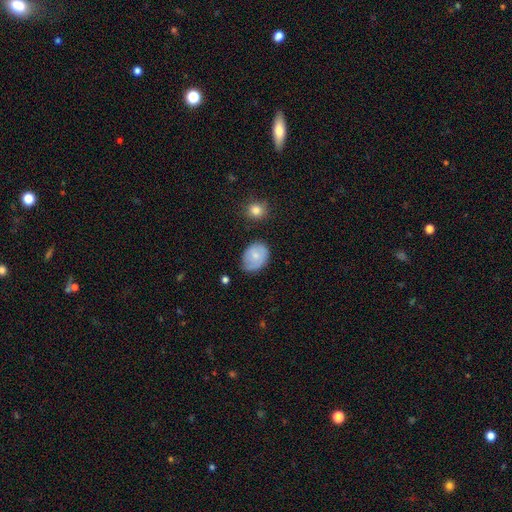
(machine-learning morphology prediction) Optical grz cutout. It shows a smooth galaxy with no disk features (73%) that is in between round and cigar-shaped (68%). Merging: none (63%).